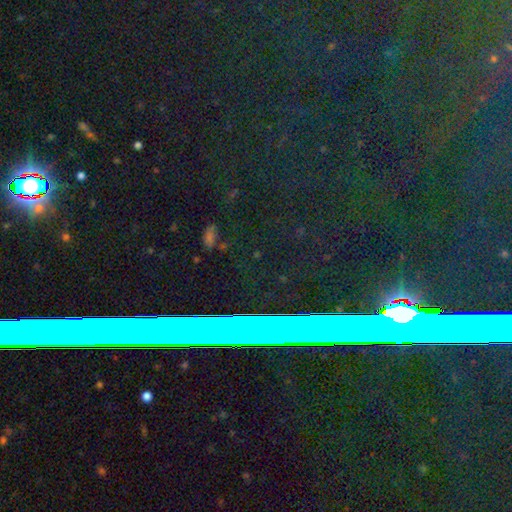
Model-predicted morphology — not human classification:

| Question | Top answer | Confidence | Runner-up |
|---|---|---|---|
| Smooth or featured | star or artifact | 78% | featured or disk (11%) |